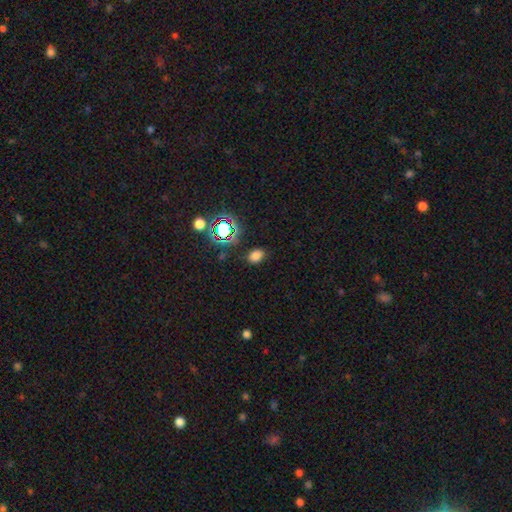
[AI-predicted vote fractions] Smooth or featured?
  - smooth: 72% *
  - star or artifact: 22%
  - featured or disk: 6%
How rounded?
  - in between: 74% *
  - round: 25%
  - cigar-shaped: 1%
Merging?
  - none: 83% *
  - minor disturbance: 11%
  - major disturbance: 3%
  - merger: 2%